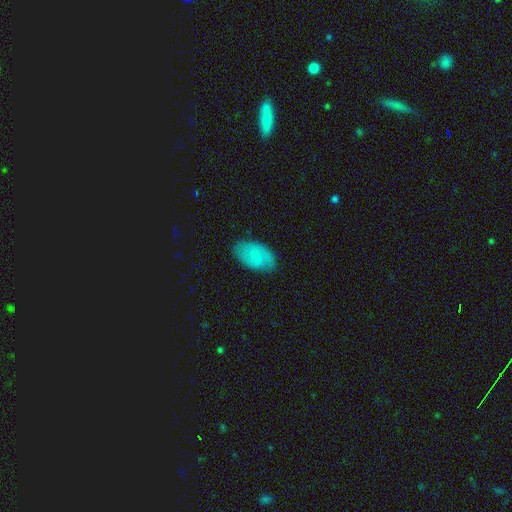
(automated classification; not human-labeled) Smooth or featured: smooth — 66% (featured or disk — 26%)
How rounded: in between — 93% (round — 5%)
Merging: none — 76% (minor disturbance — 19%)